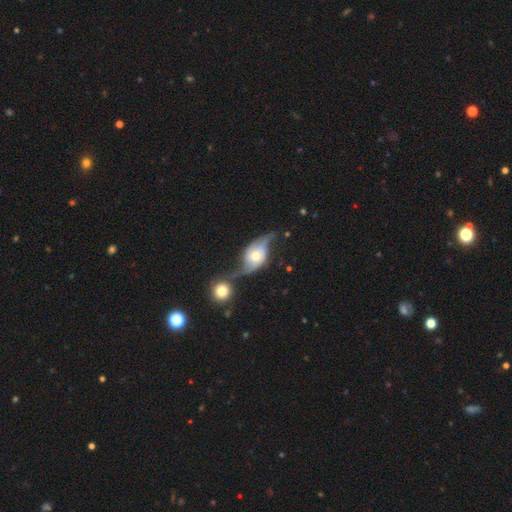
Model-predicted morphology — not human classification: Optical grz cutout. It shows a featured or disk galaxy (82%) with no bar (65%), 2 (91%) loose (75%) spiral arms (92%) and a moderate central bulge (66%). Merging: none (45%).